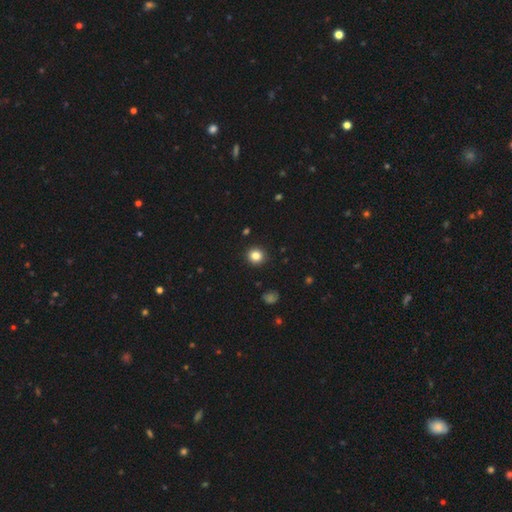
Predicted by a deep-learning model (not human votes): This is clearly a smooth galaxy (83%). How rounded: clearly round (91%). Merging: clearly none (92%).